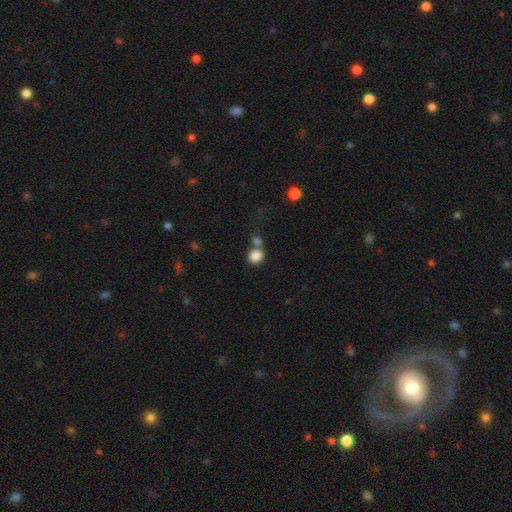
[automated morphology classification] This appears to be a smooth galaxy with no disk features (85%) that is round (74%). Merging: none (55%).